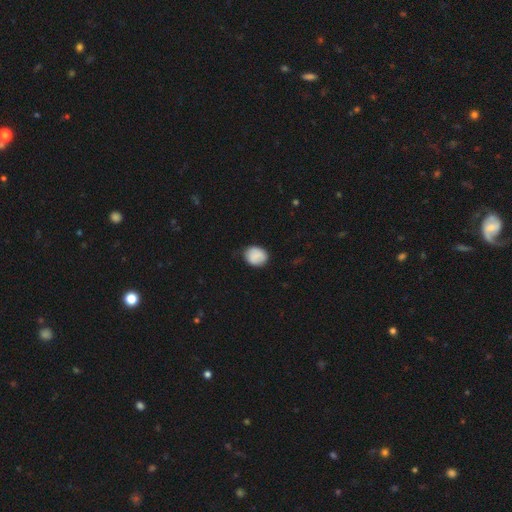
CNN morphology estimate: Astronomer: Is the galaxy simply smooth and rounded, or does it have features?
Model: smooth — 82%.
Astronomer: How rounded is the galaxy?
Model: round — 59% (runner-up: in between, 40%).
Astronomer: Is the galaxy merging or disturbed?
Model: none — 77%.